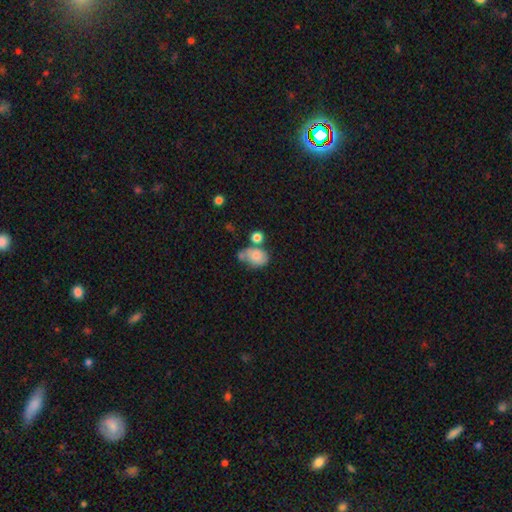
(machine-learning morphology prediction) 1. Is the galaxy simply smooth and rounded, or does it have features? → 75% smooth, 16% featured or disk, 9% star or artifact.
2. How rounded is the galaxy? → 64% in between, 35% round, 1% cigar-shaped.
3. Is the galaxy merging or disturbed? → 36% none, 33% merger, 21% minor disturbance, 10% major disturbance.